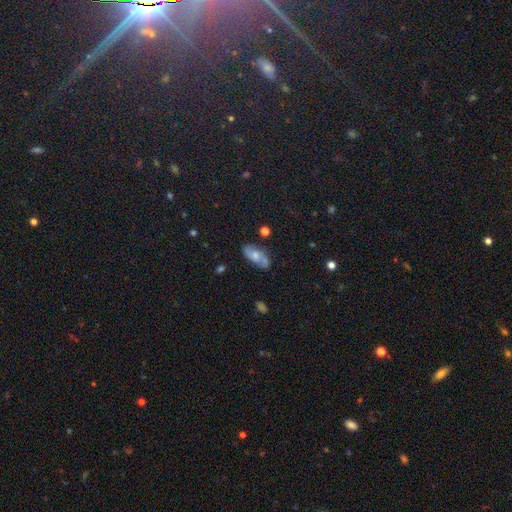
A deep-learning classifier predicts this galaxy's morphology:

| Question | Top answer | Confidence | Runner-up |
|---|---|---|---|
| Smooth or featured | smooth | 46% | tied: featured or disk (46%) |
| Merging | none | 72% | minor disturbance (19%) |